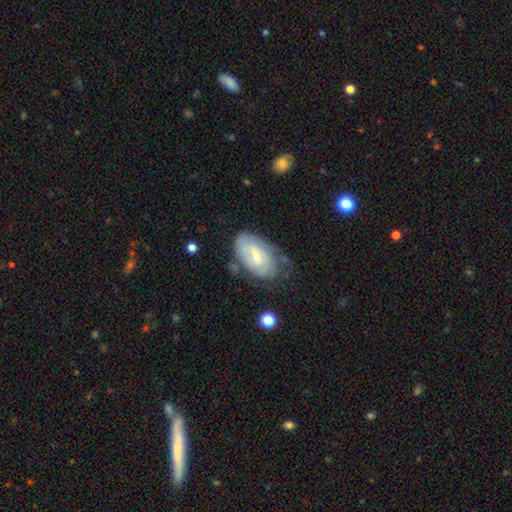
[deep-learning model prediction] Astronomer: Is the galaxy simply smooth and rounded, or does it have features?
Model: featured or disk — 60%.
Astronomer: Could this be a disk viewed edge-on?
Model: no — 95%.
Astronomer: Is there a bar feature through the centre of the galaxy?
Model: weak — 57%.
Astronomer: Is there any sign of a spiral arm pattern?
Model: yes — 78%.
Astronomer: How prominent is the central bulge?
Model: small — 55% (runner-up: moderate, 34%).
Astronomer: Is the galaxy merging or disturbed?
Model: none — 52% (runner-up: minor disturbance, 31%).